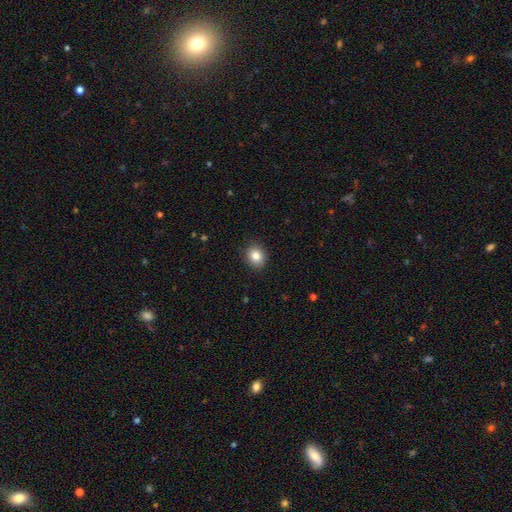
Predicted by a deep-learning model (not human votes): Smooth or featured? Predicted: smooth (p=0.84). How rounded? Predicted: round (p=0.73). Merging? Predicted: none (p=0.90).